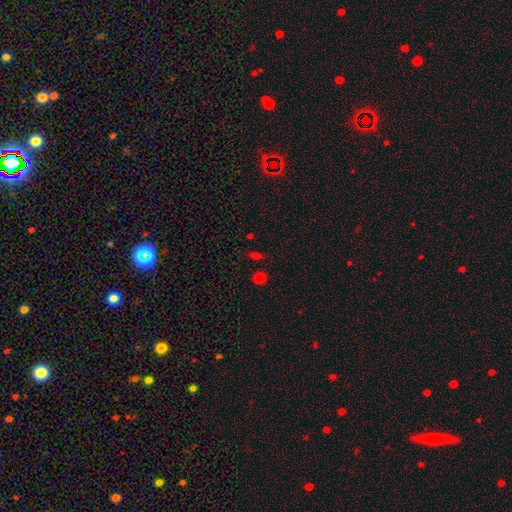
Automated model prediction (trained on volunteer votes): Q: Smooth or featured?
A: smooth (67%); runner-up: star or artifact (27%)
Q: How rounded?
A: in between (58%); runner-up: round (34%)
Q: Merging?
A: none (84%); runner-up: minor disturbance (10%)